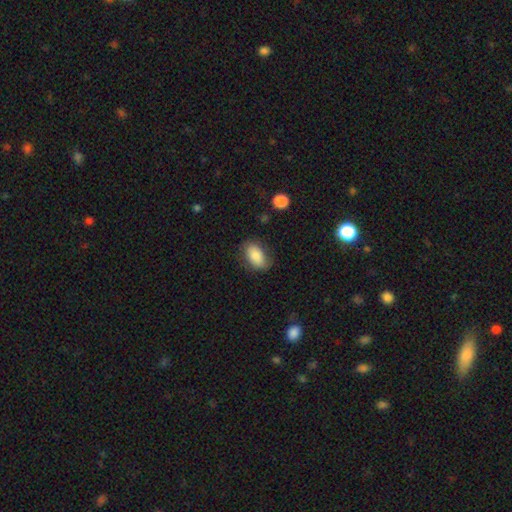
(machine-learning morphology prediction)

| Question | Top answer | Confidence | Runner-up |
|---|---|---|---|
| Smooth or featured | smooth | 84% | featured or disk (9%) |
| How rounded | in between | 92% | round (6%) |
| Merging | none | 77% | minor disturbance (17%) |